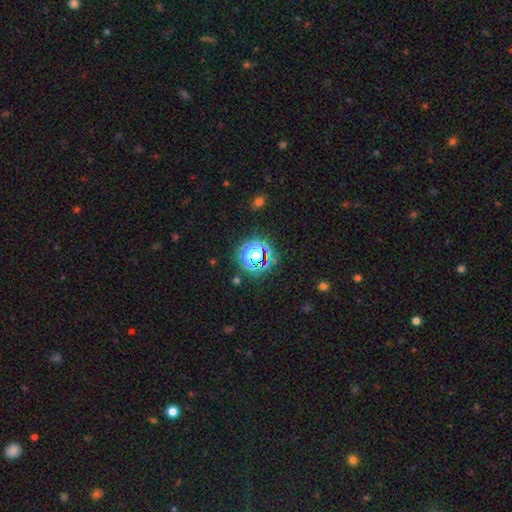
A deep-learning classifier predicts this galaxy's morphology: star or artifact 58%, smooth 31%, featured or disk 11%.